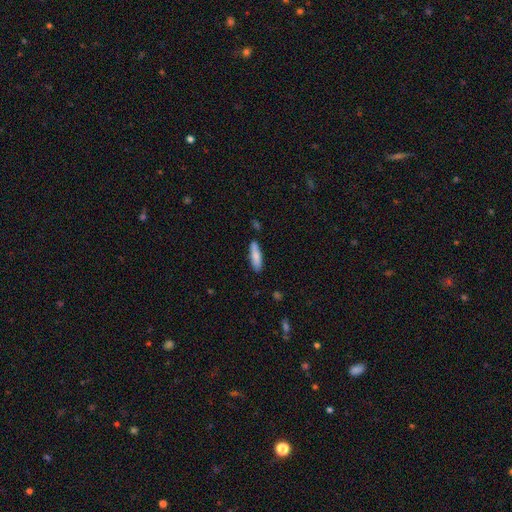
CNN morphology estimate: A smooth galaxy with no disk features (80%) that is cigar-shaped (61%). Merging: none (79%).